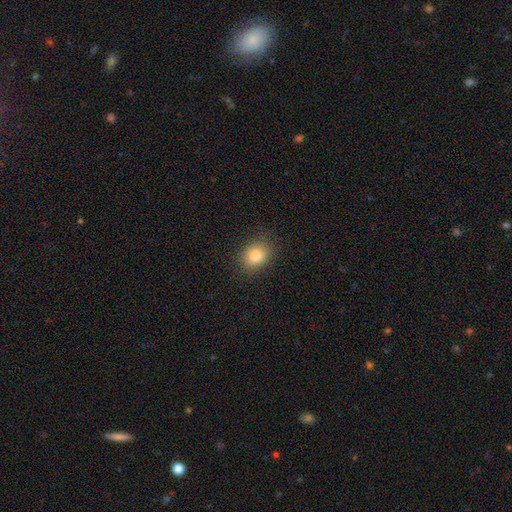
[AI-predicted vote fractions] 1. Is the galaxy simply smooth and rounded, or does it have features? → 81% smooth, 10% star or artifact, 8% featured or disk.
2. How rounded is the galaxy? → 54% in between, 45% round, 1% cigar-shaped.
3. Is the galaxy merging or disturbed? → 85% none, 11% minor disturbance, 3% major disturbance, 1% merger.